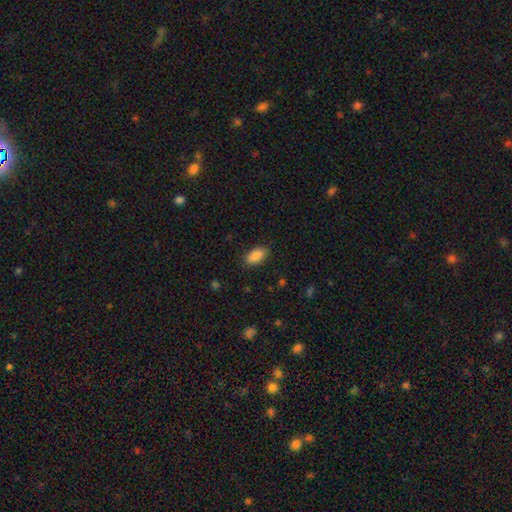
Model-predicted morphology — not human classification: smooth-or-featured: smooth: 88% | star or artifact: 7% | featured or disk: 4%
  how-rounded: in between: 92% | cigar-shaped: 5% | round: 3%
  merging: none: 87% | minor disturbance: 10% | major disturbance: 3% | merger: 1%